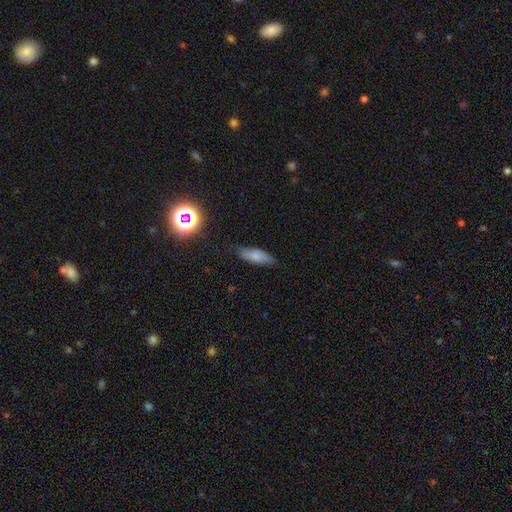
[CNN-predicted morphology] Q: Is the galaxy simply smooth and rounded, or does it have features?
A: smooth — 75%.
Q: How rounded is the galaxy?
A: in between — 58%.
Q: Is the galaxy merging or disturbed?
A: none — 78%.